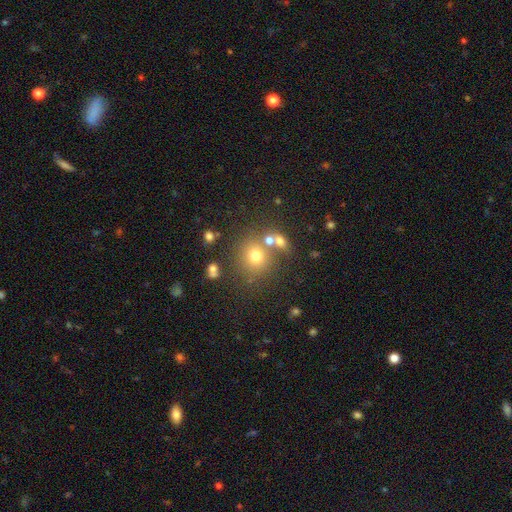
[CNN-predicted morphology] Q: Smooth or featured?
A: smooth (70%); runner-up: star or artifact (18%)
Q: How rounded?
A: round (85%); runner-up: in between (14%)
Q: Merging?
A: none (68%); runner-up: merger (17%)